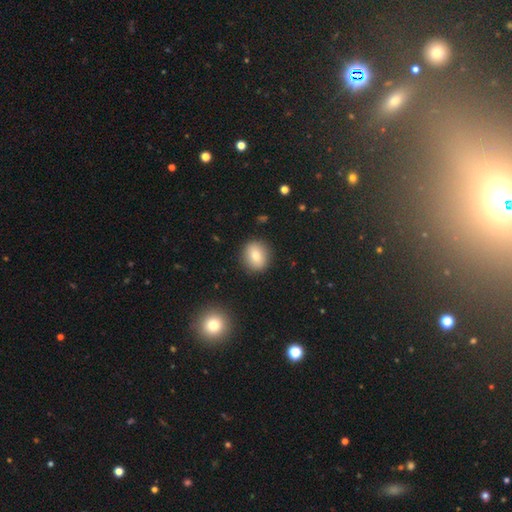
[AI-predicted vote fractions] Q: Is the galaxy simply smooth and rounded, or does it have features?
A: smooth — 79%.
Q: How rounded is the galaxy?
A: round — 71%.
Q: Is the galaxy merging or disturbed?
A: none — 89%.